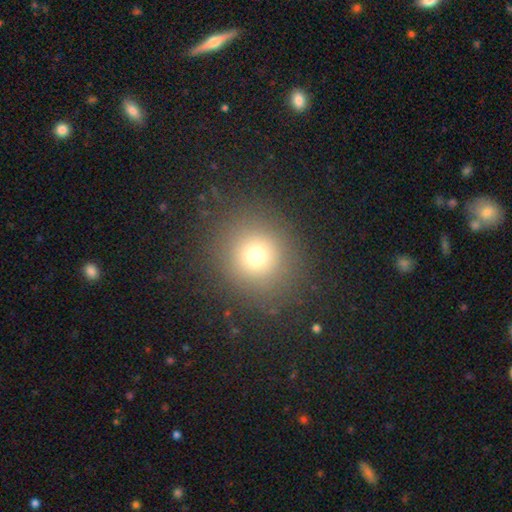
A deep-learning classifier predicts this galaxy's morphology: Smooth or featured? smooth (70%)
How rounded? round (90%)
Merging? none (86%)